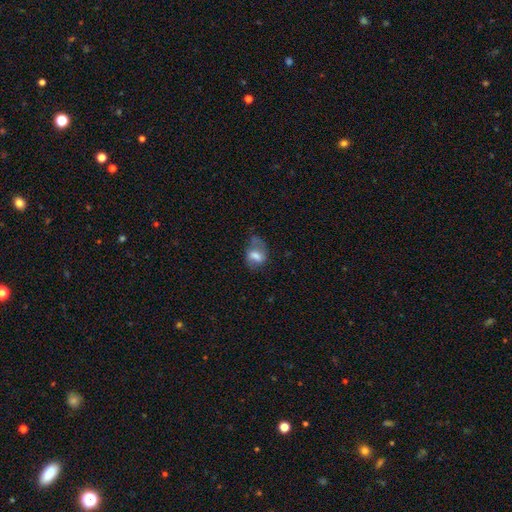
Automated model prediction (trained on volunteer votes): smooth_or_featured: smooth (p=0.60) [alt: featured or disk p=0.30]
how_rounded: in between (p=0.75) [alt: round p=0.23]
merging: none (p=0.36) [alt: minor disturbance p=0.29]